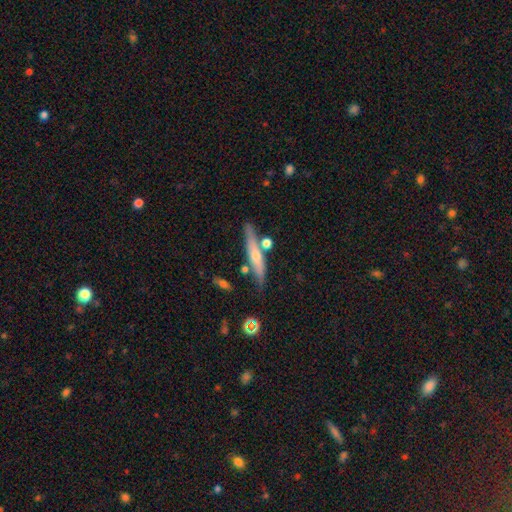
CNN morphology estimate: Smooth or featured? Predicted: featured or disk (p=0.55). Edge-on disk? Predicted: yes (p=0.91). Edge-on bulge? Predicted: rounded (p=0.79). Merging? Predicted: none (p=0.76).